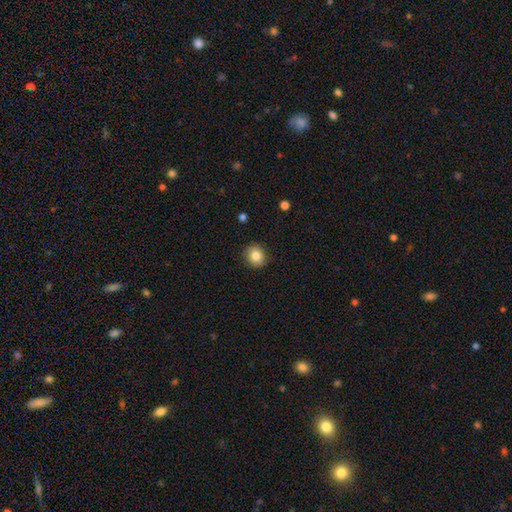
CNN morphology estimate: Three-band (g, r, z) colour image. It shows a smooth galaxy with no disk features (84%) that is round (86%). Merging: none (90%).